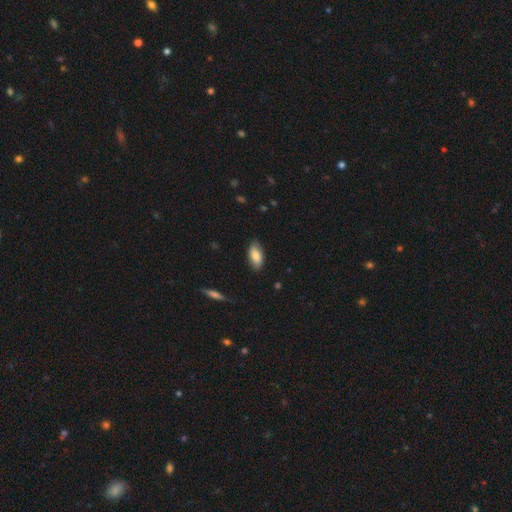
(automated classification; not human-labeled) A smooth galaxy with no disk features (79%) that is in between round and cigar-shaped (91%).

Vote fractions:
- Smooth or featured? smooth: 79% / featured or disk: 15% / star or artifact: 6%
- How rounded? in between: 91% / cigar-shaped: 6% / round: 3%
- Merging? none: 81% / minor disturbance: 15% / major disturbance: 2% / merger: 1%